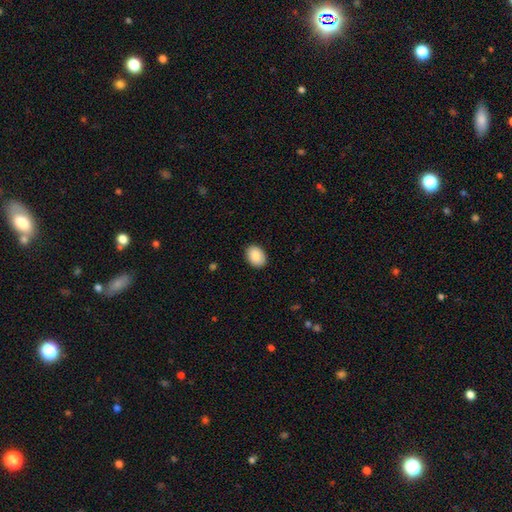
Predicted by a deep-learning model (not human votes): Overall: smooth (87%). How rounded: in between (76%). Merging: none (89%).